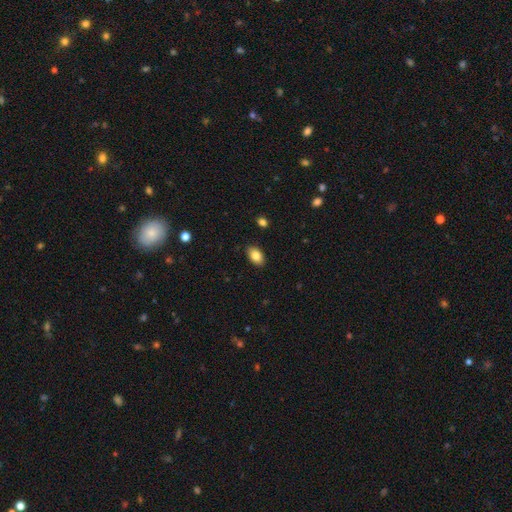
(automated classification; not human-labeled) A smooth galaxy with no disk features (84%) that is in between round and cigar-shaped (91%).

Vote fractions:
- Smooth or featured? smooth: 84% / featured or disk: 8% / star or artifact: 8%
- How rounded? in between: 91% / round: 8% / cigar-shaped: 1%
- Merging? none: 88% / minor disturbance: 9% / major disturbance: 2% / merger: 1%